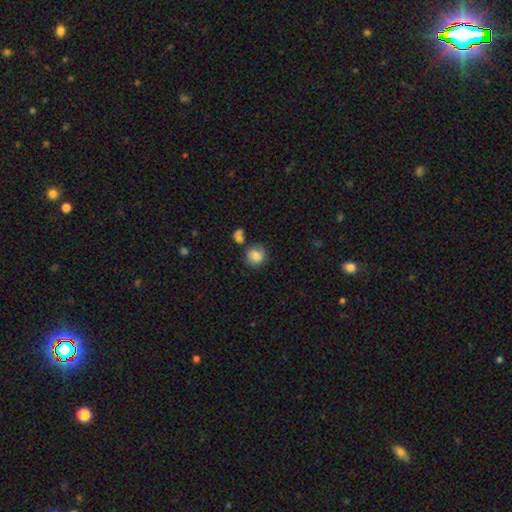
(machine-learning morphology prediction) Smooth or featured?
  - smooth: 79% *
  - featured or disk: 12%
  - star or artifact: 9%
How rounded?
  - round: 83% *
  - in between: 16%
  - cigar-shaped: 1%
Merging?
  - none: 64% *
  - minor disturbance: 17%
  - merger: 13%
  - major disturbance: 6%